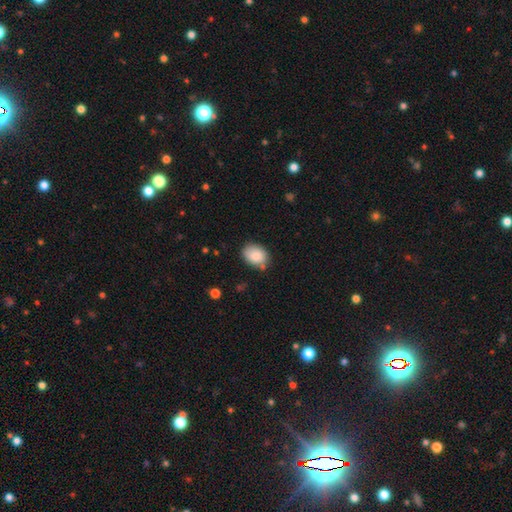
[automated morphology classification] smooth-or-featured: smooth: 86% | star or artifact: 8% | featured or disk: 6%
  how-rounded: in between: 72% | round: 27% | cigar-shaped: 1%
  merging: none: 73% | minor disturbance: 19% | merger: 4% | major disturbance: 4%